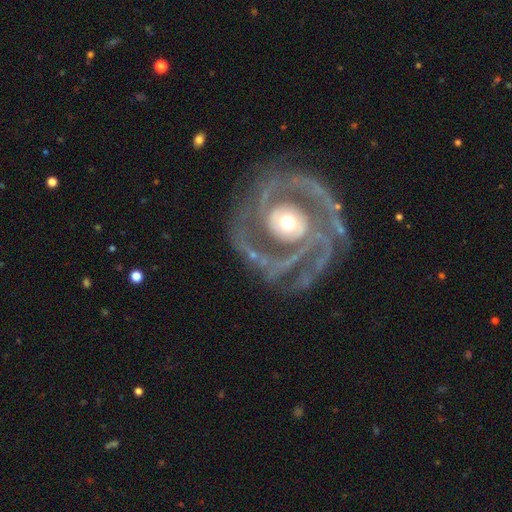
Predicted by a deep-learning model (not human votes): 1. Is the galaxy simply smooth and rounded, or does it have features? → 92% featured or disk, 5% star or artifact, 3% smooth.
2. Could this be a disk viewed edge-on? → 97% no, 3% yes.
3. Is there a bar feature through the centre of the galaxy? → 51% no, 26% weak, 23% strong.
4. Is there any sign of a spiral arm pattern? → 98% yes, 2% no.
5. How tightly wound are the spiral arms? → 63% tight, 32% medium, 4% loose.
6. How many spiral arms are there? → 47% 2, 27% 3, 8% can't tell, 7% 4, 5% 1, 5% more than 4.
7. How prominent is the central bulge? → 60% moderate, 30% small, 8% large, 1% dominant, 1% none.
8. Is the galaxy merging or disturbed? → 75% none, 15% minor disturbance, 8% major disturbance, 2% merger.